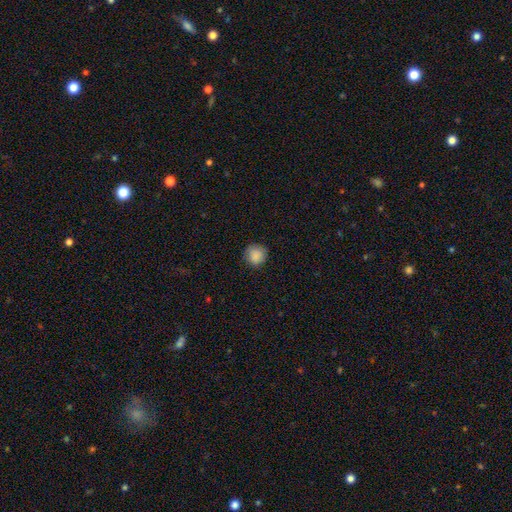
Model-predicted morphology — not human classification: This is clearly a smooth galaxy (88%). How rounded: clearly round (92%). Merging: clearly none (85%).